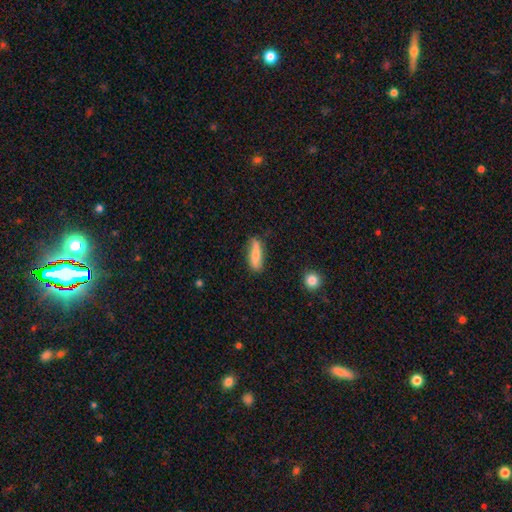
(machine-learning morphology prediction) Smooth or featured: smooth — 75% (featured or disk — 19%)
How rounded: cigar-shaped — 52% (in between — 45%)
Merging: none — 74% (minor disturbance — 19%)